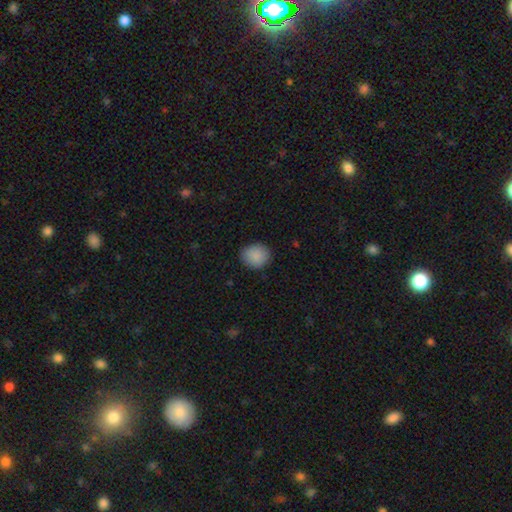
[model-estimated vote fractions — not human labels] A smooth galaxy with no disk features (89%) that is round (78%).

Vote fractions:
- Smooth or featured? smooth: 89% / star or artifact: 8% / featured or disk: 3%
- How rounded? round: 78% / in between: 21% / cigar-shaped: 1%
- Merging? none: 87% / minor disturbance: 10% / major disturbance: 2% / merger: 1%